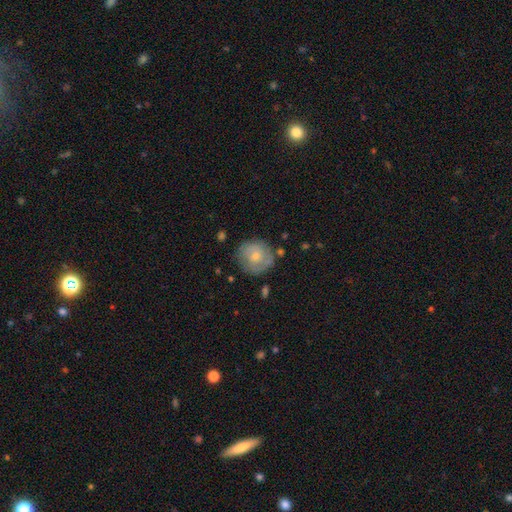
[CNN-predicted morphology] Q: Smooth or featured?
A: smooth (59%); runner-up: featured or disk (34%)
Q: How rounded?
A: round (90%); runner-up: in between (9%)
Q: Merging?
A: none (72%); runner-up: minor disturbance (19%)